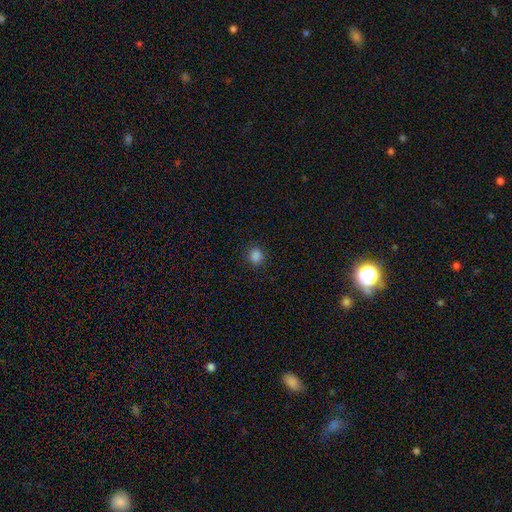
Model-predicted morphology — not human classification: smooth-or-featured: smooth: 85% | star or artifact: 12% | featured or disk: 3%
  how-rounded: round: 83% | in between: 16% | cigar-shaped: 1%
  merging: none: 89% | minor disturbance: 7% | major disturbance: 2% | merger: 1%